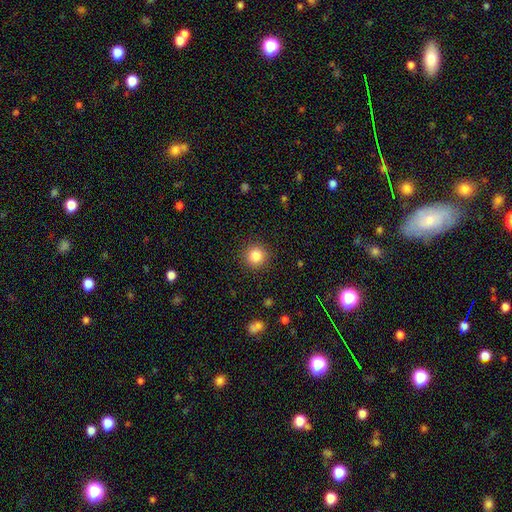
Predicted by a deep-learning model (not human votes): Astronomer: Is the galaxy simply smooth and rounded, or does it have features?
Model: smooth — 84%.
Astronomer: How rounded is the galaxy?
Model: round — 94%.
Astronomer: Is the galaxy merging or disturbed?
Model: none — 91%.